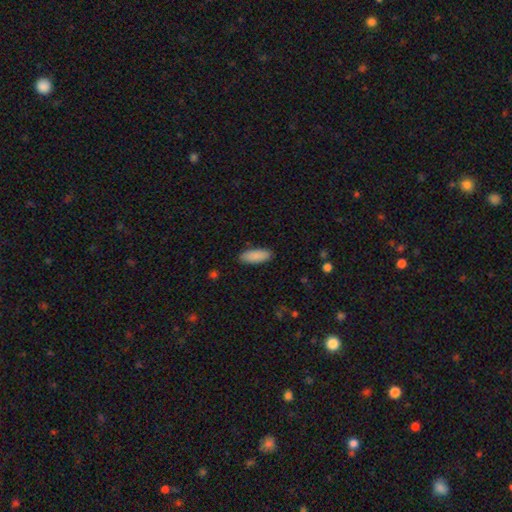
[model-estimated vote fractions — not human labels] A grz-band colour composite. It shows a smooth galaxy with no disk features (89%) that is in between round and cigar-shaped (74%). Merging: none (89%).